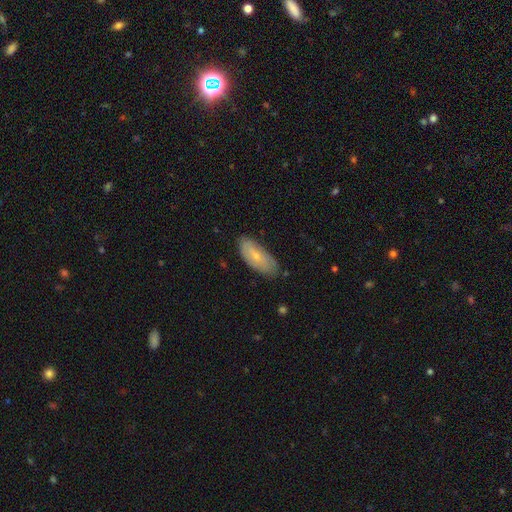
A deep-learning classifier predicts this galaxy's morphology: A smooth galaxy with no disk features (62%) that is in between round and cigar-shaped (84%).

Vote fractions:
- Smooth or featured? smooth: 62% / featured or disk: 31% / star or artifact: 6%
- How rounded? in between: 84% / cigar-shaped: 14% / round: 2%
- Merging? none: 74% / minor disturbance: 21% / major disturbance: 4% / merger: 1%